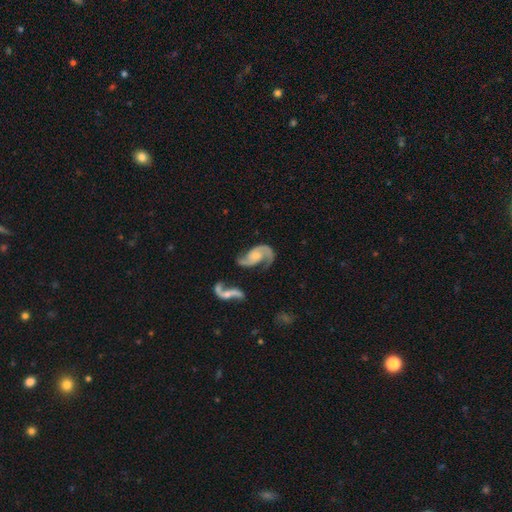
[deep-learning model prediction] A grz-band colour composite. It shows a featured or disk galaxy (88%) with no bar (64%), 2 (88%) medium (45%) spiral arms (97%) and a moderate central bulge (35%). Merging: none (53%).